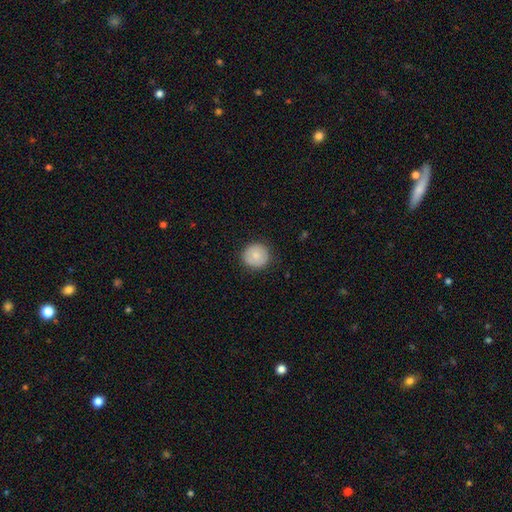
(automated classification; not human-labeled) Morphology: type=smooth (81%); roundness=round (93%); merging=none (87%).